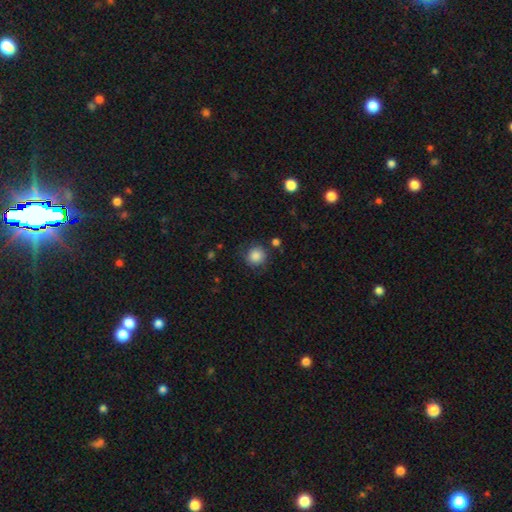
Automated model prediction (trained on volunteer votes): Smooth or featured?
  - smooth: 85% *
  - star or artifact: 10%
  - featured or disk: 5%
How rounded?
  - round: 91% *
  - in between: 8%
  - cigar-shaped: 1%
Merging?
  - none: 79% *
  - minor disturbance: 13%
  - major disturbance: 5%
  - merger: 3%